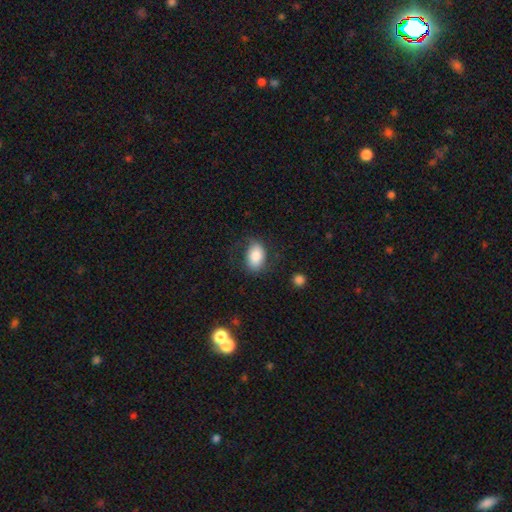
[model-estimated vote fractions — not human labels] This is likely a smooth galaxy (79%). How rounded: clearly in between (86%). Merging: likely none (66%).